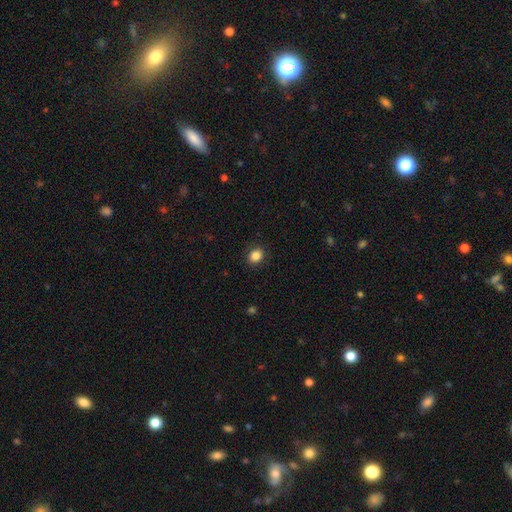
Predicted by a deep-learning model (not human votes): Q: Smooth or featured?
A: smooth (87%); runner-up: star or artifact (10%)
Q: How rounded?
A: round (60%); runner-up: in between (39%)
Q: Merging?
A: none (88%); runner-up: minor disturbance (8%)